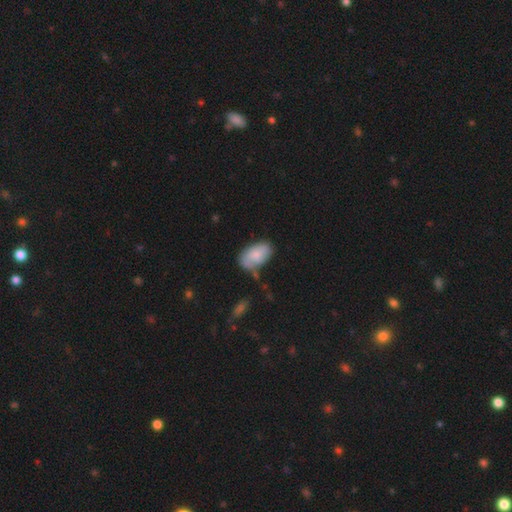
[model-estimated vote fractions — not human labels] A smooth galaxy with no disk features (71%) that is in between round and cigar-shaped (93%). Merging: none (51%).